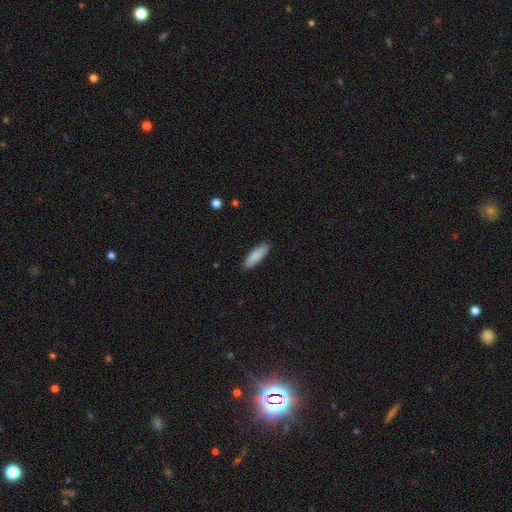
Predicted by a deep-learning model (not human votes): This appears to be a smooth galaxy with no disk features (88%) that is cigar-shaped (57%). Merging: none (89%).